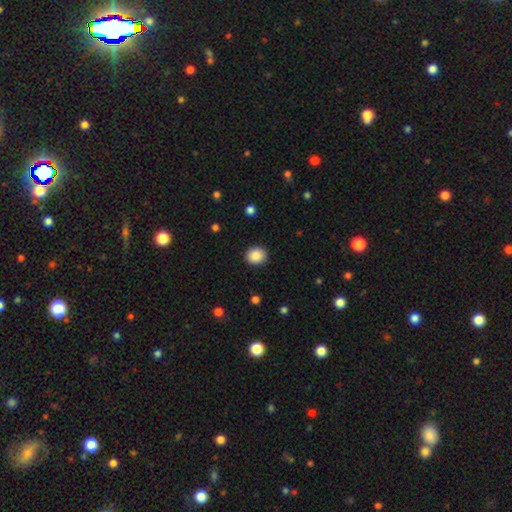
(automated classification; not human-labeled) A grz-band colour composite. It shows a smooth galaxy with no disk features (88%) that is round (77%). Merging: none (90%).